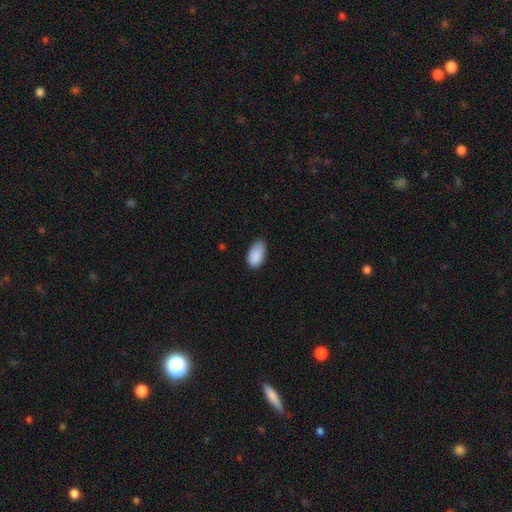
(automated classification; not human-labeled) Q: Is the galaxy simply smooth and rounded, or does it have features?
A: smooth — 89%.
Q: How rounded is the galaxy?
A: in between — 94%.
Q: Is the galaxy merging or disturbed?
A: none — 66%.